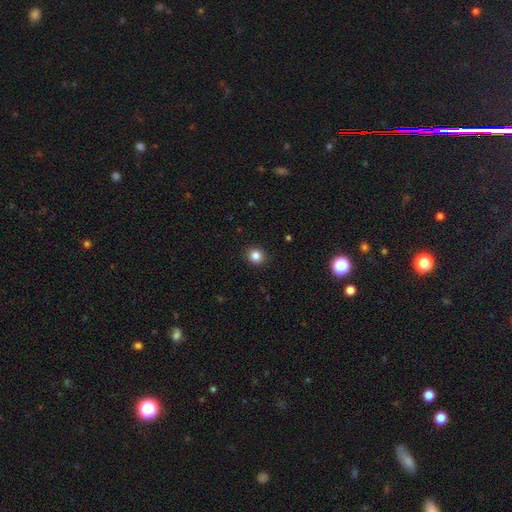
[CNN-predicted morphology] smooth 84%, star or artifact 11%, featured or disk 4%. Down the decision tree: how rounded — round (85%); merging — none (91%).